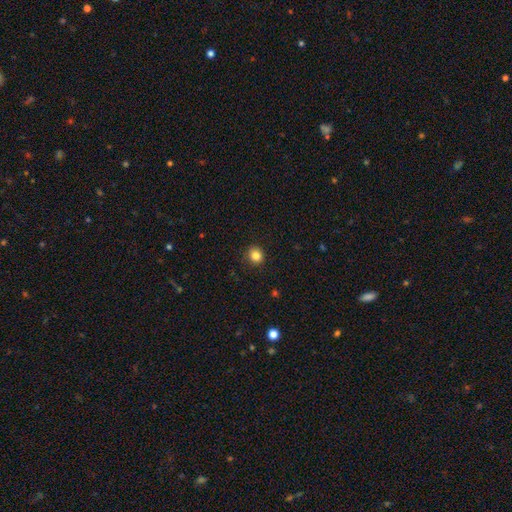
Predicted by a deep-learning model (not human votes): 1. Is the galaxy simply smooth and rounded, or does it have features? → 84% smooth, 12% star or artifact, 5% featured or disk.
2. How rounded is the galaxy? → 90% round, 9% in between, 1% cigar-shaped.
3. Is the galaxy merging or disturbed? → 90% none, 7% minor disturbance, 2% major disturbance, 1% merger.